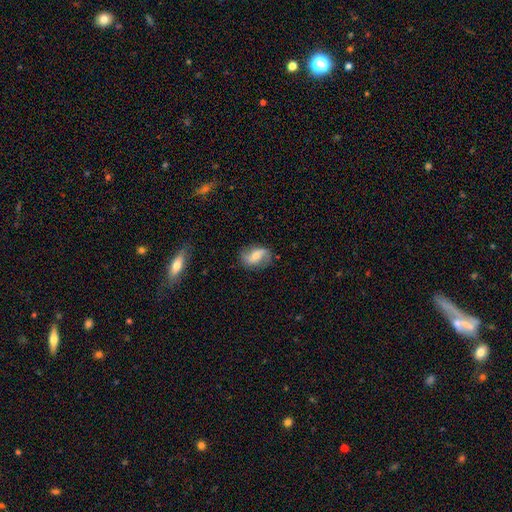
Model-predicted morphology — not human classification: Q: Smooth or featured?
A: featured or disk (69%); runner-up: smooth (24%)
Q: Edge-on disk?
A: no (96%); runner-up: yes (4%)
Q: Bar?
A: weak (40%); runner-up: no (38%)
Q: Spiral arms?
A: yes (92%); runner-up: no (8%)
Q: Spiral winding?
A: loose (65%); runner-up: medium (26%)
Q: Spiral arm count?
A: 2 (90%); runner-up: can't tell (4%)
Q: Bulge size?
A: moderate (50%); runner-up: small (40%)
Q: Merging?
A: none (78%); runner-up: minor disturbance (15%)